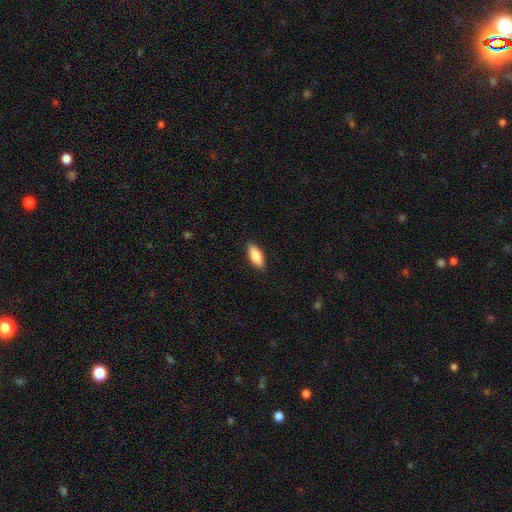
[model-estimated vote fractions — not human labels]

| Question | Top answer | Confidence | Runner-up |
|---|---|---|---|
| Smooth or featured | smooth | 81% | featured or disk (13%) |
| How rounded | in between | 73% | cigar-shaped (25%) |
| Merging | none | 88% | minor disturbance (9%) |